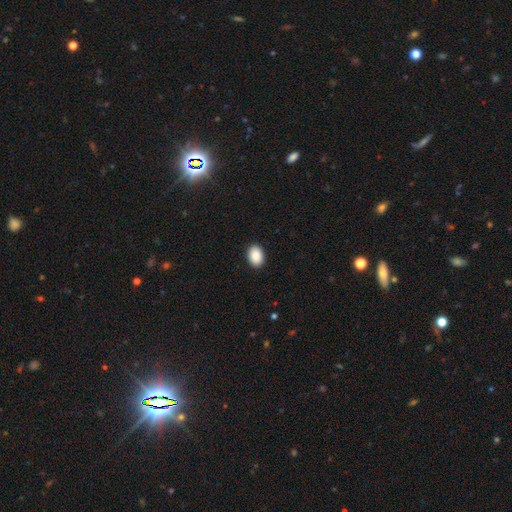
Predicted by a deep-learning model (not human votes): The model was most divided on "how rounded": in between: 82%, round: 17%, cigar-shaped: 1%. More confident: merging — none (91%); smooth or featured — smooth (90%).